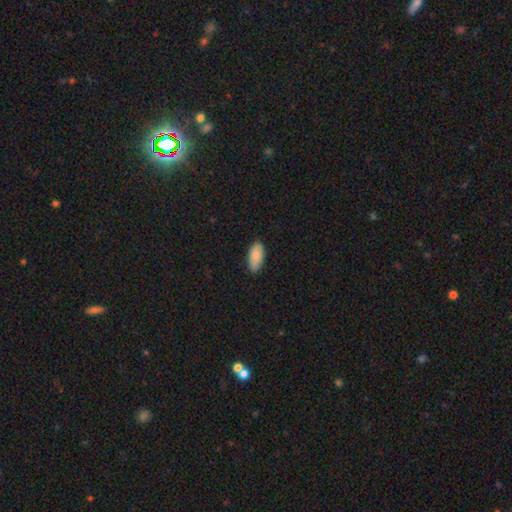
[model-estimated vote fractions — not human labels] Morphology: type=smooth (84%); roundness=in between (91%); merging=none (81%).